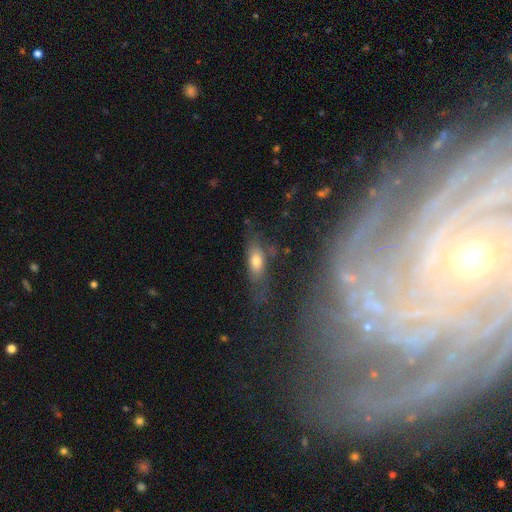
smooth-or-featured: smooth: 61% | featured or disk: 34% | star or artifact: 5%
  how-rounded: cigar-shaped: 48% | in between: 39% | round: 13%
  merging: none: 50% | minor disturbance: 25% | major disturbance: 19% | merger: 6%